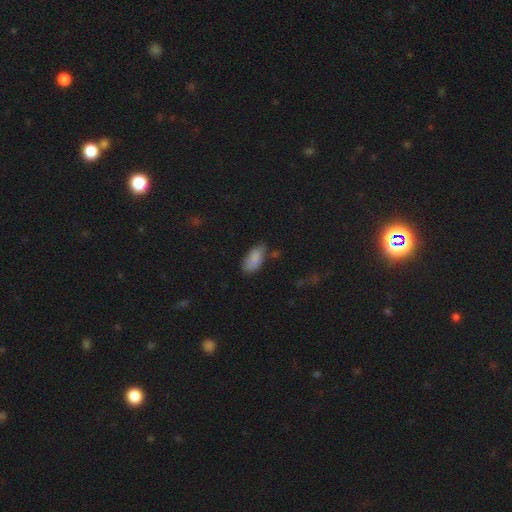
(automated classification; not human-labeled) smooth_or_featured: smooth (p=0.82) [alt: star or artifact p=0.10]
how_rounded: in between (p=0.88) [alt: cigar-shaped p=0.09]
merging: none (p=0.59) [alt: minor disturbance p=0.27]